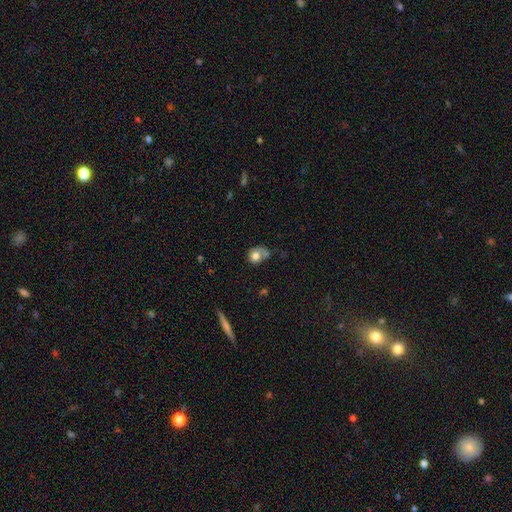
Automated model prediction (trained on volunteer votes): smooth_or_featured: smooth (p=0.71) [alt: featured or disk p=0.20]
how_rounded: round (p=0.63) [alt: in between p=0.36]
merging: none (p=0.37) [alt: minor disturbance p=0.24]